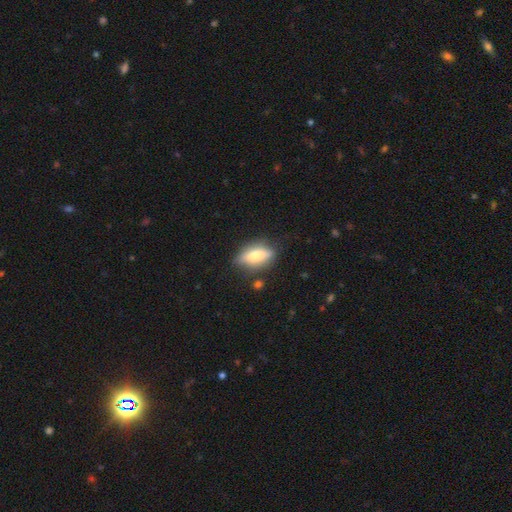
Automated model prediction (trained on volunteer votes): Smooth or featured? smooth (53%)
How rounded? in between (65%)
Merging? none (76%)